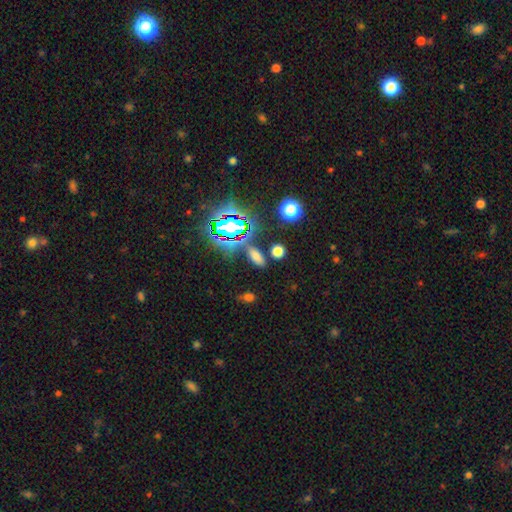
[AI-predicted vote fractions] Smooth or featured? smooth (62%)
How rounded? in between (79%)
Merging? none (81%)